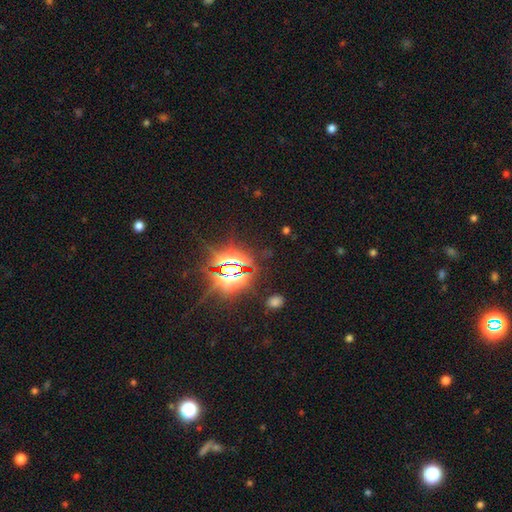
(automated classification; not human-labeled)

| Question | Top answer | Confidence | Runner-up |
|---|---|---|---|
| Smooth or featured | star or artifact | 84% | smooth (11%) |